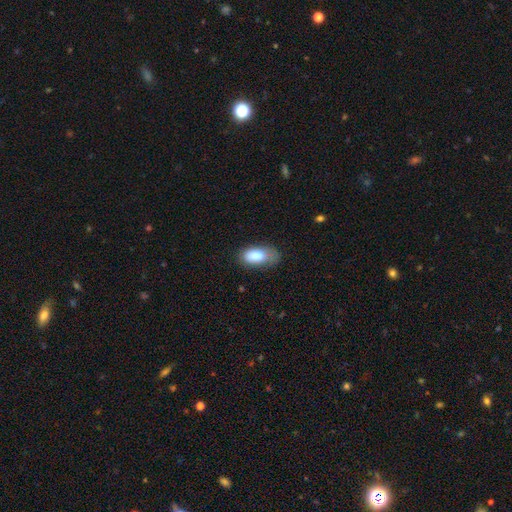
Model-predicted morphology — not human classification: This is clearly a smooth galaxy (83%). How rounded: clearly in between (91%). Merging: possibly none (51%).